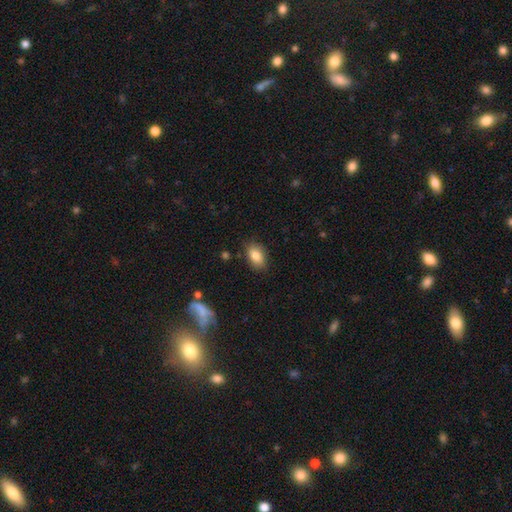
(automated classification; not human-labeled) smooth 83%, featured or disk 9%, star or artifact 8%. Down the decision tree: how rounded — in between (87%); merging — none (82%).